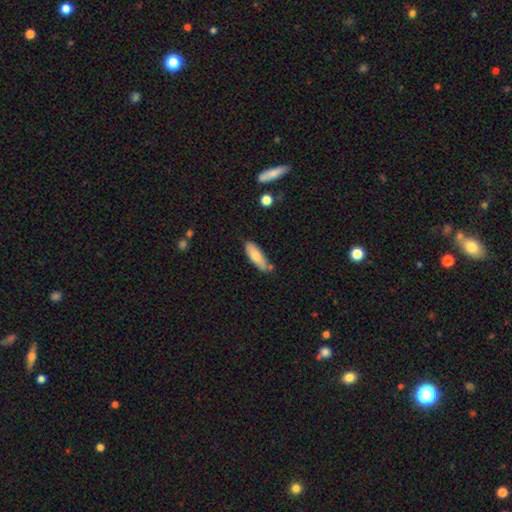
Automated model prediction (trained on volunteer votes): Smooth or featured? Predicted: smooth (p=0.75). How rounded? Predicted: in between (p=0.62). Merging? Predicted: none (p=0.69).